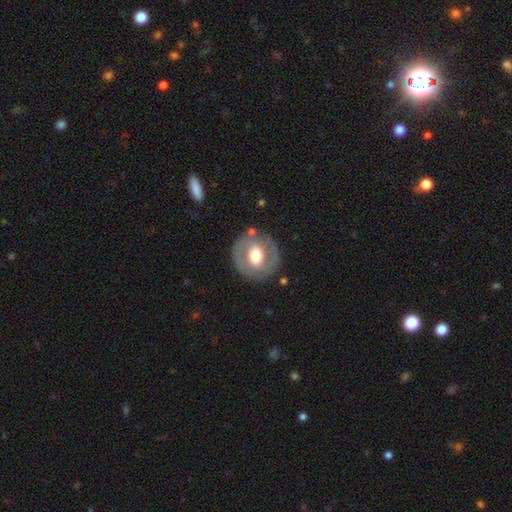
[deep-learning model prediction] Smooth or featured? featured or disk (54%)
Edge-on disk? no (95%)
Bar? no (49%)
Spiral arms? no (70%)
Bulge size? moderate (57%)
Merging? none (79%)